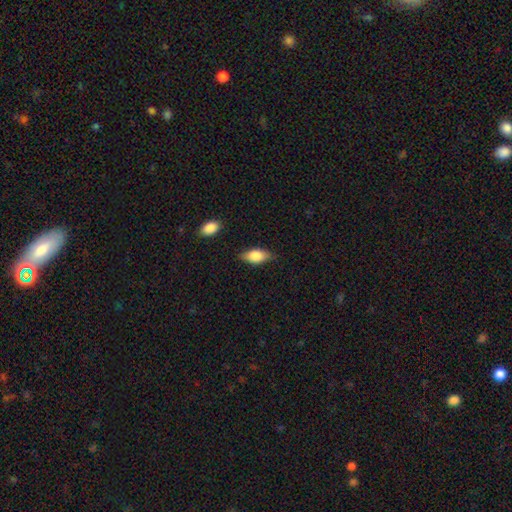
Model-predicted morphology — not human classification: A smooth galaxy with no disk features (72%) that is in between round and cigar-shaped (85%). Merging: none (80%).